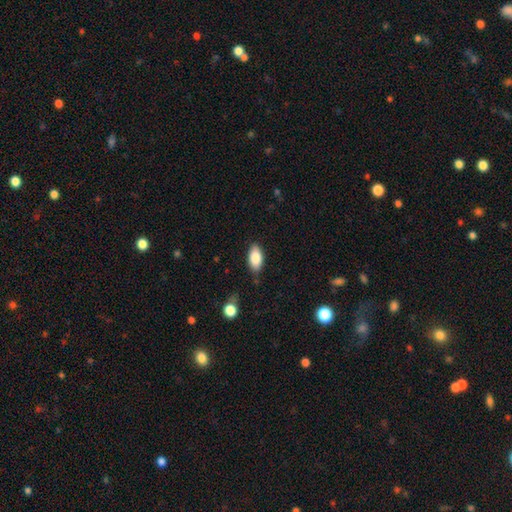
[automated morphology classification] A smooth galaxy with no disk features (85%) that is in between round and cigar-shaped (92%).

Vote fractions:
- Smooth or featured? smooth: 85% / featured or disk: 8% / star or artifact: 7%
- How rounded? in between: 92% / cigar-shaped: 5% / round: 3%
- Merging? none: 80% / minor disturbance: 15% / major disturbance: 3% / merger: 2%